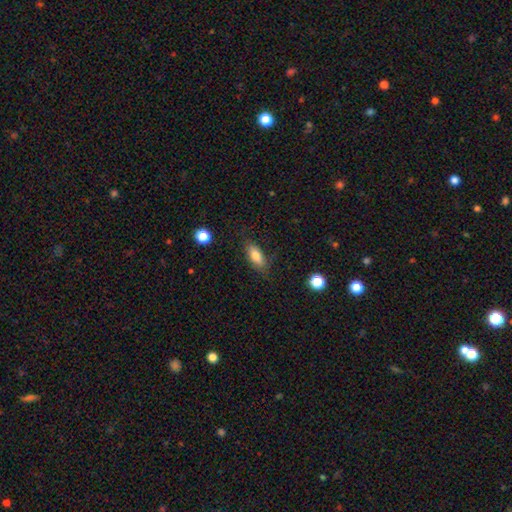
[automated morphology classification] type=smooth (75%); roundness=in between (76%); merging=none (77%).